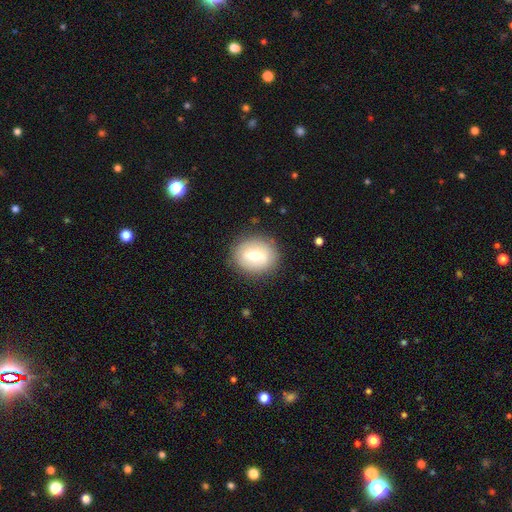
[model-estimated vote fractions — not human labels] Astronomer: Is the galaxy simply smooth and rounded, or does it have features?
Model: smooth — 61%.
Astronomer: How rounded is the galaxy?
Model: round — 69%.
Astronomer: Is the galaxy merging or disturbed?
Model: none — 85%.